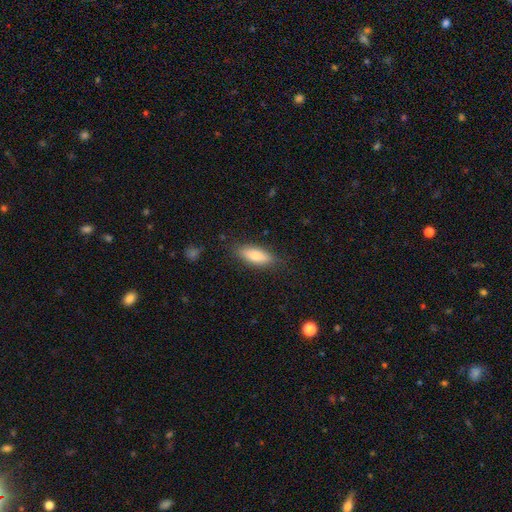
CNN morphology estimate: A smooth galaxy with no disk features (81%) that is in between round and cigar-shaped (69%).

Vote fractions:
- Smooth or featured? smooth: 81% / featured or disk: 13% / star or artifact: 6%
- How rounded? in between: 69% / cigar-shaped: 29% / round: 2%
- Merging? none: 82% / minor disturbance: 14% / major disturbance: 3% / merger: 1%